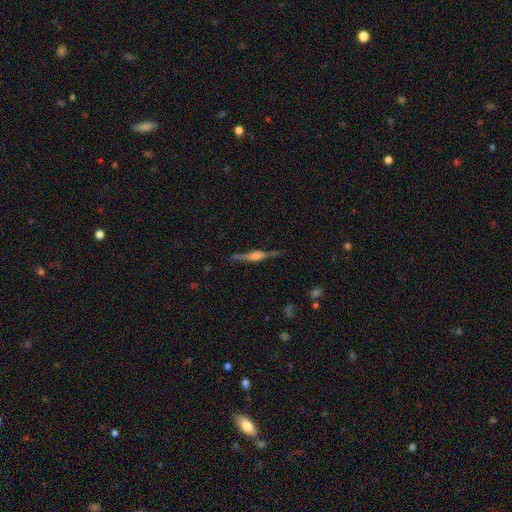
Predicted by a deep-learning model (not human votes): Q: Smooth or featured?
A: featured or disk (79%); runner-up: smooth (13%)
Q: Edge-on disk?
A: yes (97%); runner-up: no (3%)
Q: Edge-on bulge?
A: rounded (64%); runner-up: boxy (31%)
Q: Merging?
A: none (83%); runner-up: minor disturbance (12%)